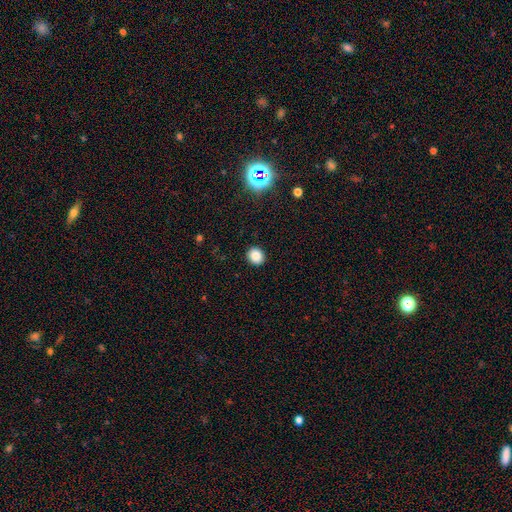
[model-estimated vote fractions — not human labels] smooth 84%, star or artifact 12%, featured or disk 4%. Down the decision tree: how rounded — round (81%); merging — none (91%).